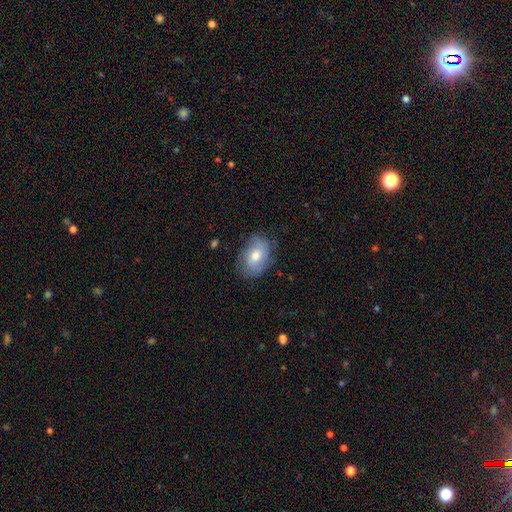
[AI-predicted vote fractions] This is possibly a smooth galaxy (59%). How rounded: clearly in between (84%). Merging: likely none (71%).